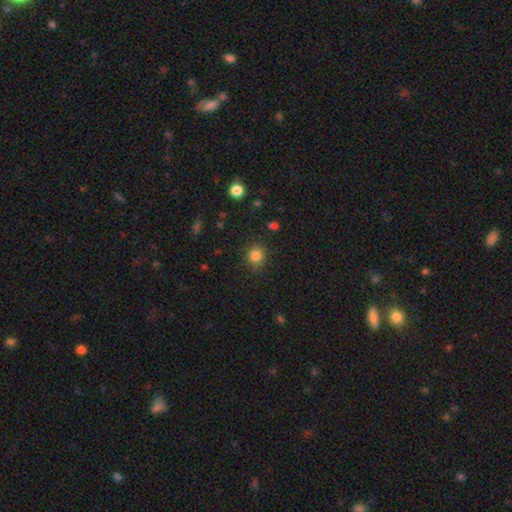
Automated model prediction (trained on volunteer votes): smooth-or-featured: smooth: 84% | star or artifact: 12% | featured or disk: 5%
  how-rounded: round: 82% | in between: 17% | cigar-shaped: 1%
  merging: none: 87% | minor disturbance: 9% | major disturbance: 3% | merger: 1%